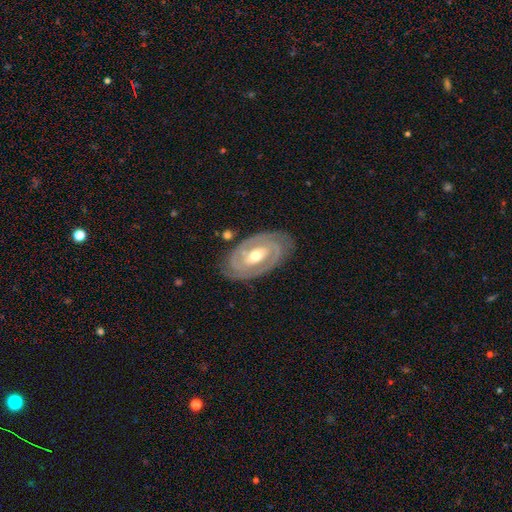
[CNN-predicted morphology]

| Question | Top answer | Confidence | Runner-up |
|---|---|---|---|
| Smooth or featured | featured or disk | 88% | smooth (8%) |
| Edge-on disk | no | 95% | yes (5%) |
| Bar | weak | 36% | no (35%) |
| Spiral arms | yes | 93% | no (7%) |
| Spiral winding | tight | 73% | medium (22%) |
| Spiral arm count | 2 | 82% | can't tell (9%) |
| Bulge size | moderate | 67% | small (28%) |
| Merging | none | 82% | minor disturbance (13%) |